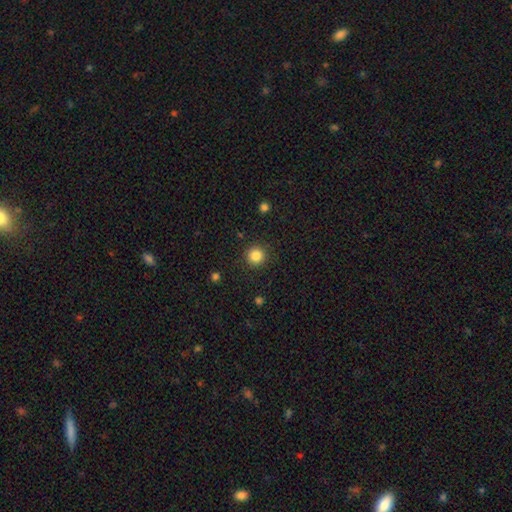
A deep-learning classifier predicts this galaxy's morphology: smooth_or_featured: smooth (p=0.85) [alt: star or artifact p=0.11]
how_rounded: round (p=0.94) [alt: in between p=0.05]
merging: none (p=0.90) [alt: minor disturbance p=0.06]